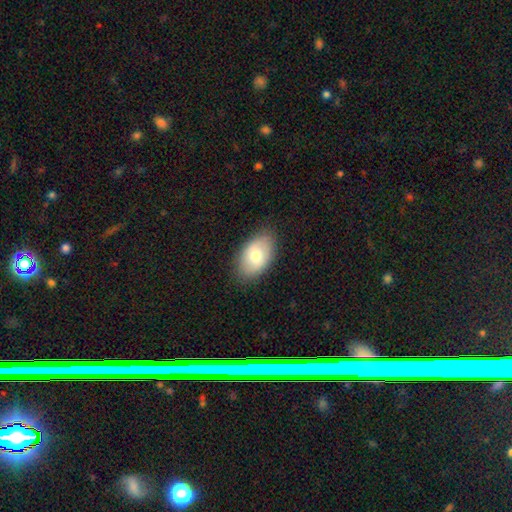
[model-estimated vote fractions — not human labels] This is likely a smooth galaxy (72%). How rounded: clearly in between (91%). Merging: clearly none (84%).